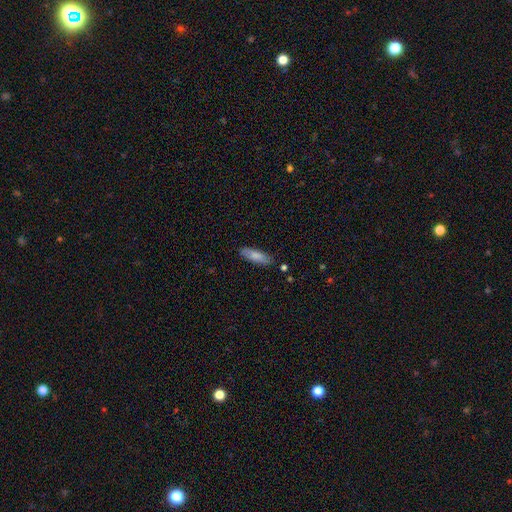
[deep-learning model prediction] smooth 80%, featured or disk 14%, star or artifact 6%. Down the decision tree: how rounded — in between (51%); merging — none (83%).